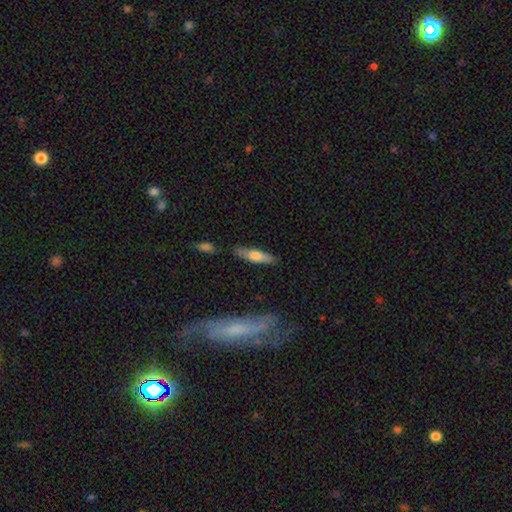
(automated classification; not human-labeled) Morphology: type=smooth (58%); roundness=cigar-shaped (73%); merging=none (84%).